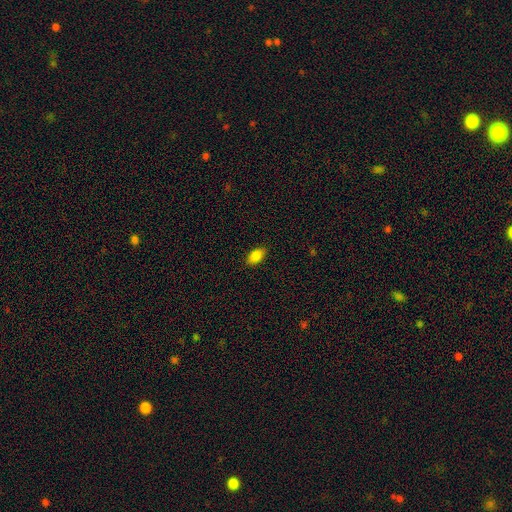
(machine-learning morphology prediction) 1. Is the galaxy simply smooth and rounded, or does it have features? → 85% smooth, 9% star or artifact, 6% featured or disk.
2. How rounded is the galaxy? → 91% in between, 6% round, 3% cigar-shaped.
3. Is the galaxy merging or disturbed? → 87% none, 10% minor disturbance, 2% major disturbance, 1% merger.